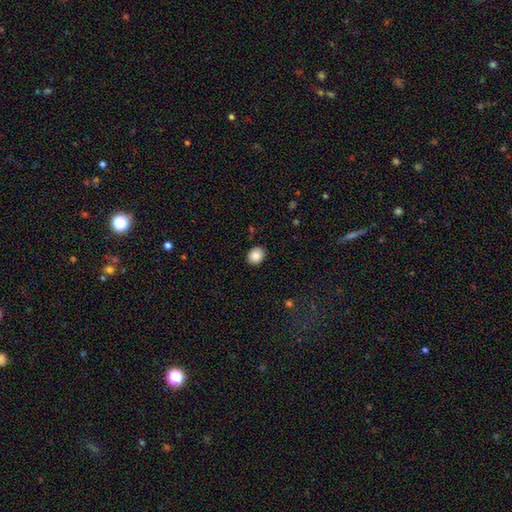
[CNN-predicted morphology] Overall: smooth (87%). How rounded: round (57%; in between 42%). Merging: none (90%).